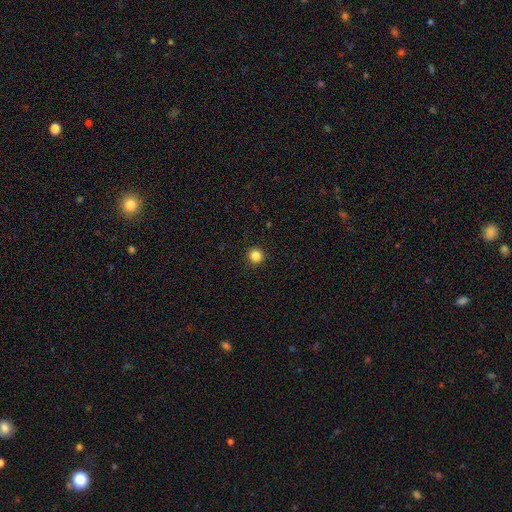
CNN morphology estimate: type=smooth (85%); roundness=round (95%); merging=none (93%).